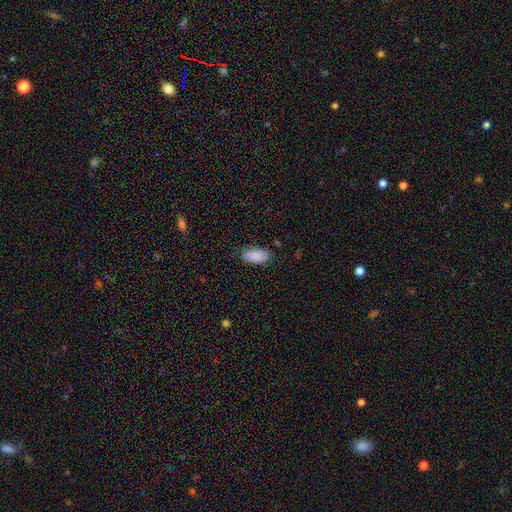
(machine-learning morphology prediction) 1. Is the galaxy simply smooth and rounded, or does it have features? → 83% smooth, 10% featured or disk, 7% star or artifact.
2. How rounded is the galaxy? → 94% in between, 4% cigar-shaped, 3% round.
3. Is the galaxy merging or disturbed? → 78% none, 17% minor disturbance, 3% major disturbance, 1% merger.